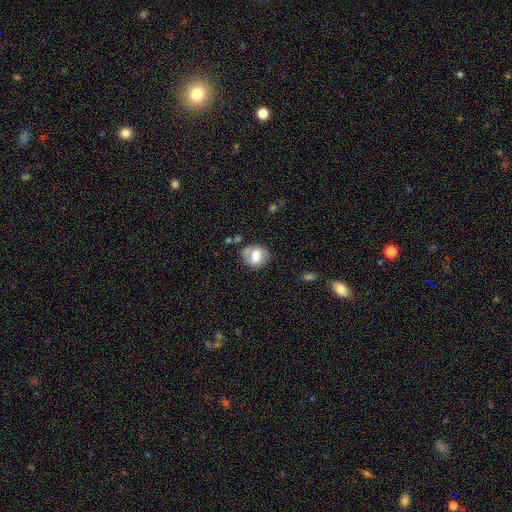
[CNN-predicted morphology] The model was most divided on "how rounded" (2-way tie): in between: 49%, round: 49%, cigar-shaped: 1%. More confident: merging — none (65%); smooth or featured — smooth (63%).